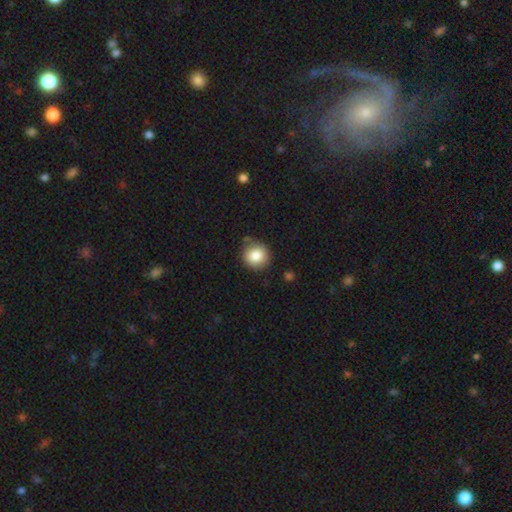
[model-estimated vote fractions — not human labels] Smooth or featured: smooth — 84% (star or artifact — 9%)
How rounded: round — 91% (in between — 8%)
Merging: none — 83% (minor disturbance — 11%)